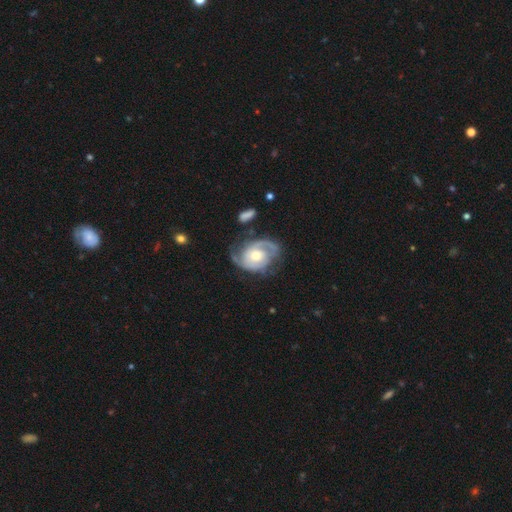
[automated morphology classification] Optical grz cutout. It shows a featured or disk galaxy (85%) with no bar (68%), 2 (70%) tight (44%) spiral arms (94%) and a moderate central bulge (65%). Merging: none (58%).